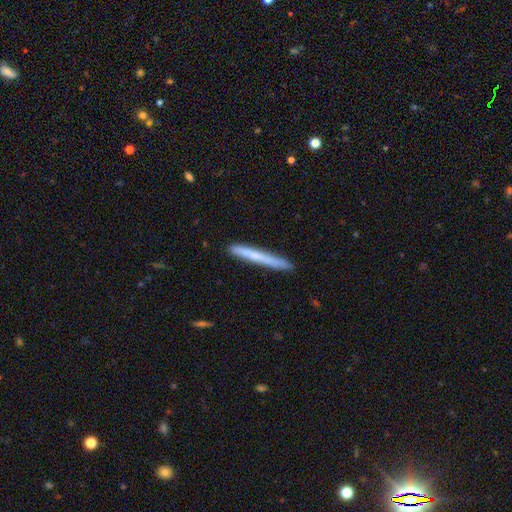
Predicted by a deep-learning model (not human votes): This is likely a smooth galaxy (61%). How rounded: clearly cigar-shaped (97%). Merging: clearly none (88%).